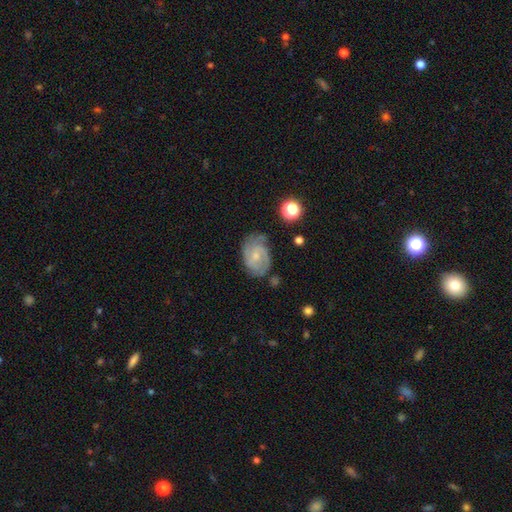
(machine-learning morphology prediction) This appears to be a featured or disk galaxy (76%) with no bar (58%), 2 (43%) tight (51%) spiral arms (93%) and a small central bulge (62%). Merging: none (65%).